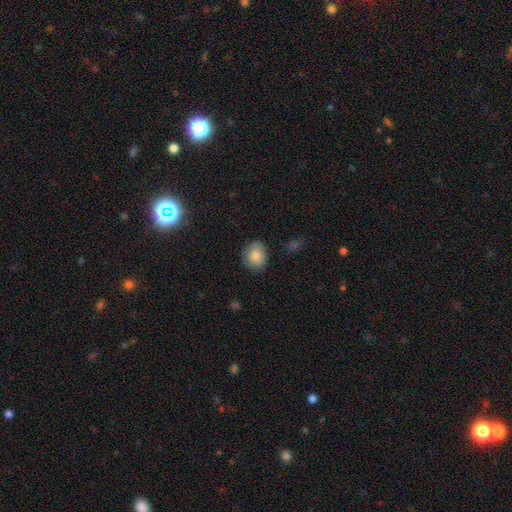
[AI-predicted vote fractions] Smooth or featured?
  - smooth: 84% *
  - featured or disk: 8%
  - star or artifact: 8%
How rounded?
  - round: 55% *
  - in between: 44%
  - cigar-shaped: 1%
Merging?
  - none: 79% *
  - minor disturbance: 16%
  - major disturbance: 3%
  - merger: 2%